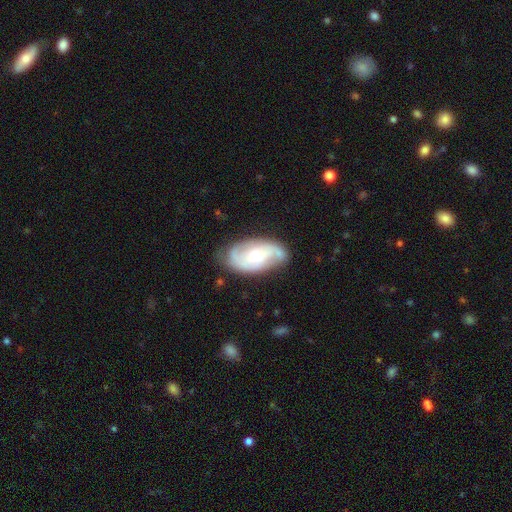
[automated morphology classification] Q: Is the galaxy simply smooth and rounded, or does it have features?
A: featured or disk — 78%.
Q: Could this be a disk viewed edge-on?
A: no — 95%.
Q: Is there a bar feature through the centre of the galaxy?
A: no — 56%.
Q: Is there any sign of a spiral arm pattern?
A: yes — 90%.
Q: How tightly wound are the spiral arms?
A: medium — 42%.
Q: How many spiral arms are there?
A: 2 — 70%.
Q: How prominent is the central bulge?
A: moderate — 56%.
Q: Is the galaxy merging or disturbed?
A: none — 71%.